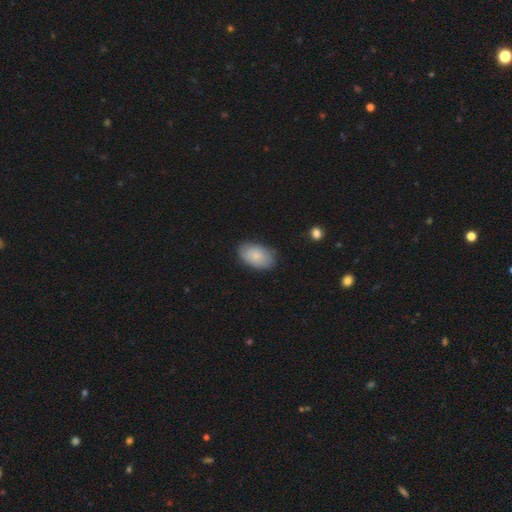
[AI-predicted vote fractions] This is likely a smooth galaxy (77%). How rounded: clearly in between (93%). Merging: likely none (79%).